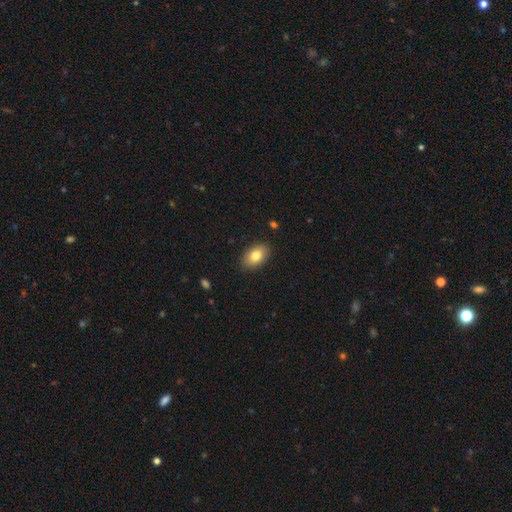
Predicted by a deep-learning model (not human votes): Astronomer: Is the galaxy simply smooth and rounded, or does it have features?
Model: smooth — 81%.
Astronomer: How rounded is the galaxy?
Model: in between — 89%.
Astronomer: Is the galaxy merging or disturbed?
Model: none — 88%.